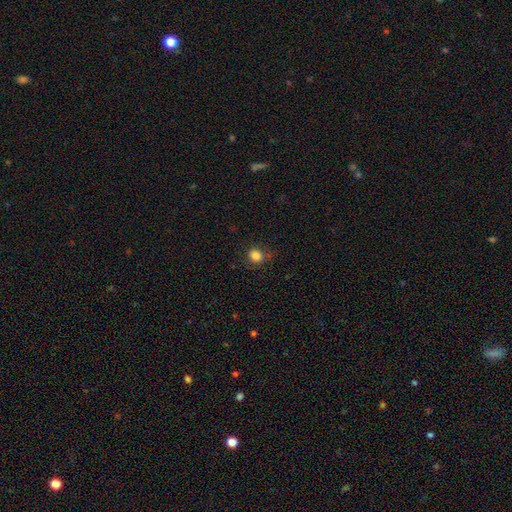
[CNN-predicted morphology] A smooth galaxy with no disk features (84%) that is round (82%).

Vote fractions:
- Smooth or featured? smooth: 84% / star or artifact: 11% / featured or disk: 4%
- How rounded? round: 82% / in between: 17% / cigar-shaped: 1%
- Merging? none: 83% / minor disturbance: 11% / major disturbance: 3% / merger: 2%